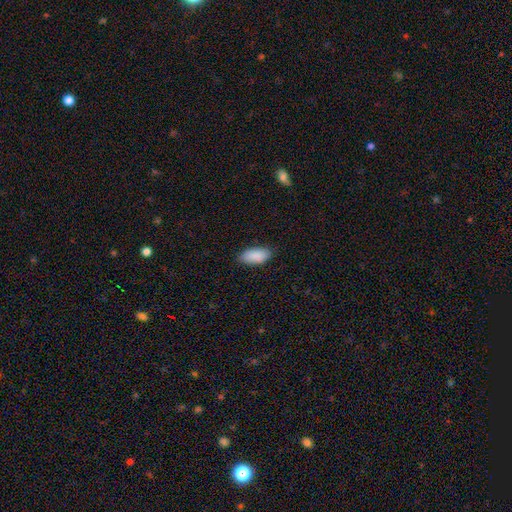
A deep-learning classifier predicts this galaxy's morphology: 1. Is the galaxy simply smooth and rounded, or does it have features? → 90% smooth, 6% star or artifact, 4% featured or disk.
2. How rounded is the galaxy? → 92% in between, 5% cigar-shaped, 2% round.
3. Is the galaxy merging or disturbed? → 84% none, 13% minor disturbance, 2% major disturbance, 1% merger.